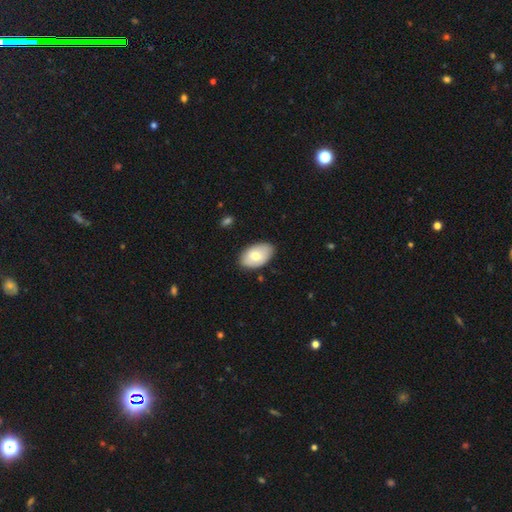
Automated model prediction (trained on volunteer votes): smooth 74%, featured or disk 20%, star or artifact 6%. Down the decision tree: how rounded — in between (93%); merging — none (83%).